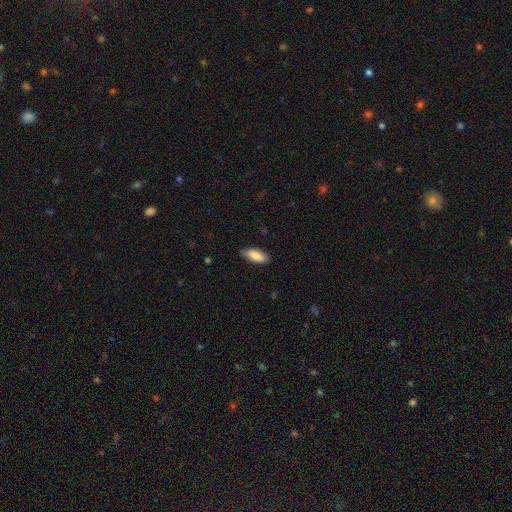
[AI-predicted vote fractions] smooth 88%, featured or disk 7%, star or artifact 6%. Down the decision tree: how rounded — in between (78%); merging — none (83%).